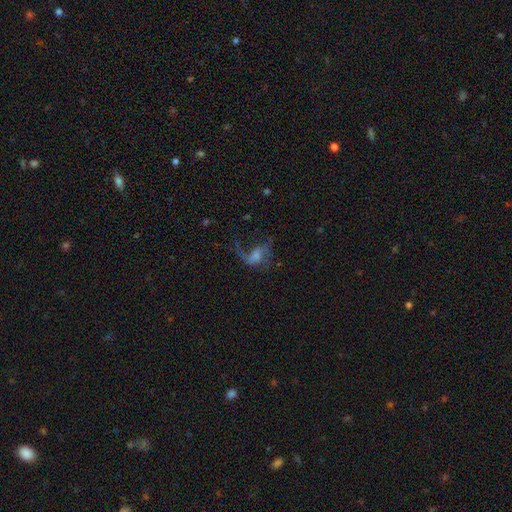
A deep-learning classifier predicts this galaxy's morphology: Q: Smooth or featured?
A: featured or disk (61%); runner-up: smooth (28%)
Q: Edge-on disk?
A: no (97%); runner-up: yes (3%)
Q: Bar?
A: no (57%); runner-up: weak (34%)
Q: Spiral arms?
A: yes (79%); runner-up: no (21%)
Q: Bulge size?
A: moderate (30%); runner-up: small (29%)
Q: Merging?
A: major disturbance (46%); runner-up: none (33%)